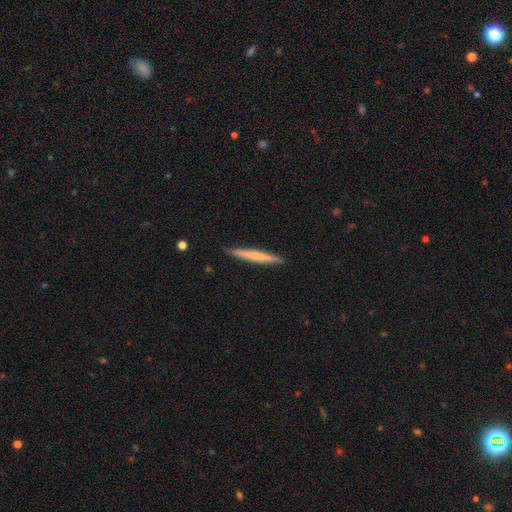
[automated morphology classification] The model was most divided on "smooth or featured": smooth: 61%, featured or disk: 34%, star or artifact: 5%. More confident: how rounded — cigar-shaped (97%); merging — none (91%).